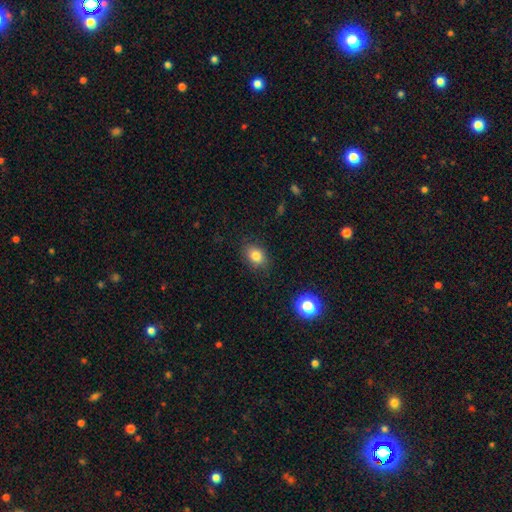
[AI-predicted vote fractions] Q: Smooth or featured?
A: smooth (81%); runner-up: star or artifact (11%)
Q: How rounded?
A: in between (65%); runner-up: round (34%)
Q: Merging?
A: none (85%); runner-up: minor disturbance (11%)